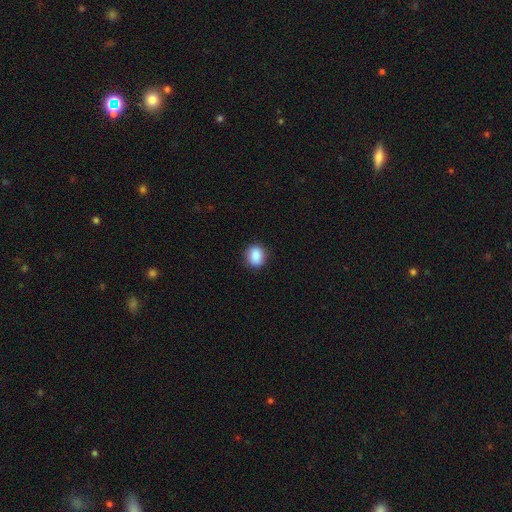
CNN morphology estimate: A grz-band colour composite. It shows a smooth galaxy with no disk features (88%) that is round (55%). Merging: none (86%).